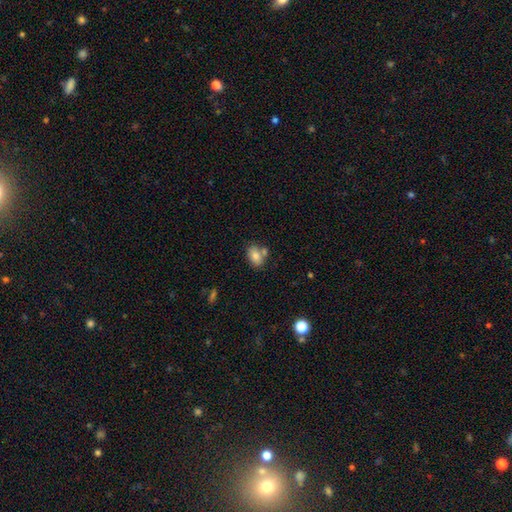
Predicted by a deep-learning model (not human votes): smooth-or-featured: smooth: 80% | featured or disk: 11% | star or artifact: 8%
  how-rounded: in between: 85% | round: 13% | cigar-shaped: 2%
  merging: none: 60% | merger: 22% | minor disturbance: 15% | major disturbance: 4%